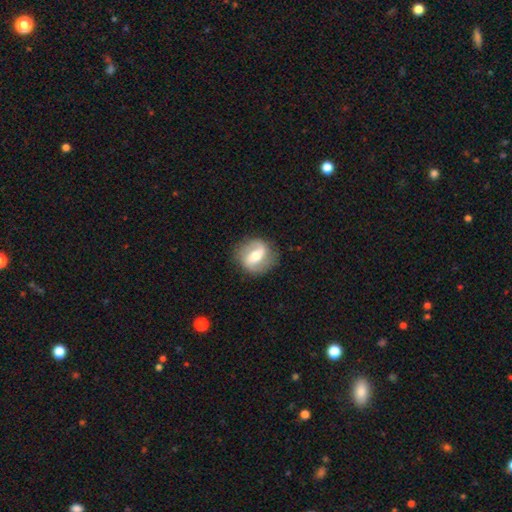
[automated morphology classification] The model was most divided on "spiral winding": loose: 41%, medium: 39%, tight: 20%. Remaining: edge-on disk — no (95%); spiral arm count — 2 (86%); merging — none (82%); spiral arms — yes (77%); smooth or featured — featured or disk (69%); bulge size — moderate (67%); bar — strong (47%).